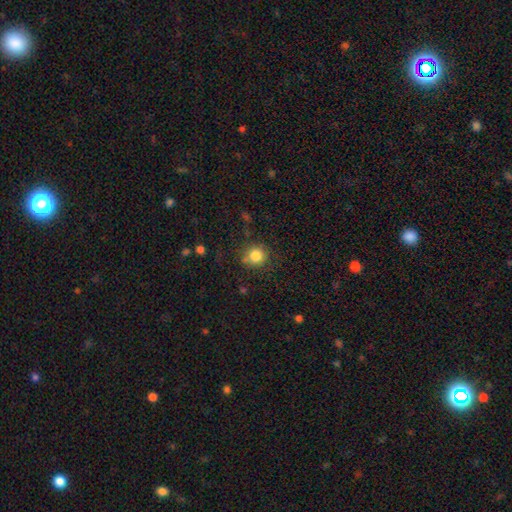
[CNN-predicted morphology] This is clearly a smooth galaxy (82%). How rounded: clearly round (90%). Merging: likely none (78%).